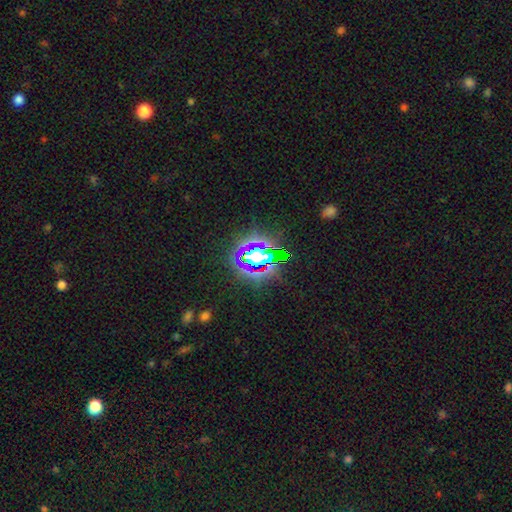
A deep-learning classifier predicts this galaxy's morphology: Overall: star or artifact (61%; smooth 22%).